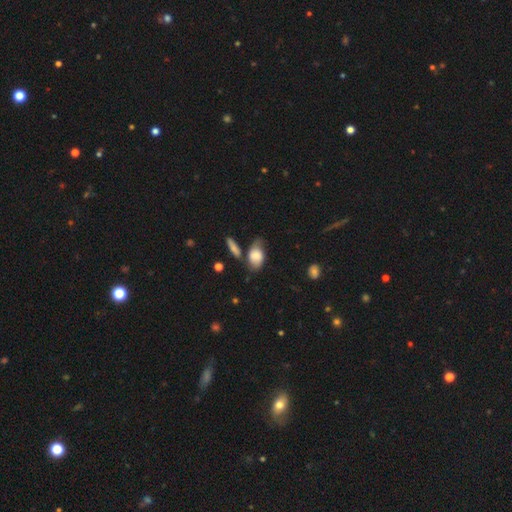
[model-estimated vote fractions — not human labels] smooth_or_featured: smooth (p=0.62) [alt: featured or disk p=0.30]
how_rounded: in between (p=0.86) [alt: round p=0.11]
merging: none (p=0.42) [alt: minor disturbance p=0.32]